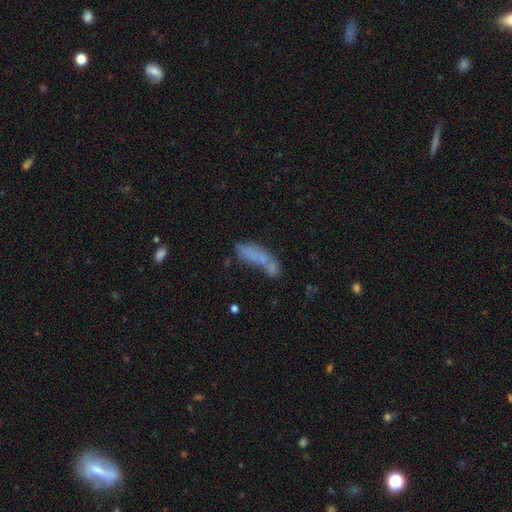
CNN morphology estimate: smooth_or_featured: smooth (p=0.65) [alt: featured or disk p=0.23]
how_rounded: cigar-shaped (p=0.54) [alt: in between p=0.43]
merging: merger (p=0.36) [alt: none p=0.34]